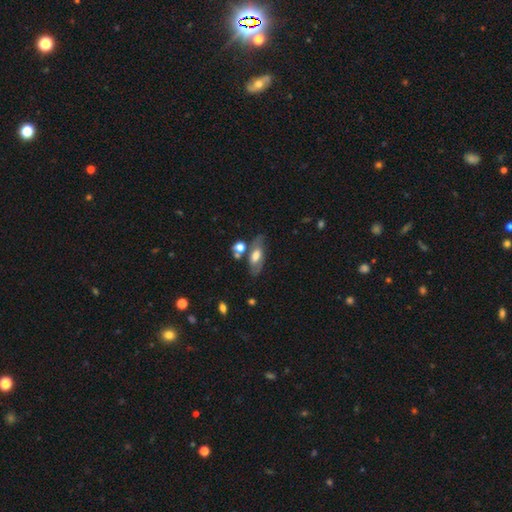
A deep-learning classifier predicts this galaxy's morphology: The model was most divided on "smooth or featured": smooth: 52%, featured or disk: 40%, star or artifact: 8%. More confident: how rounded — in between (78%); merging — none (65%).